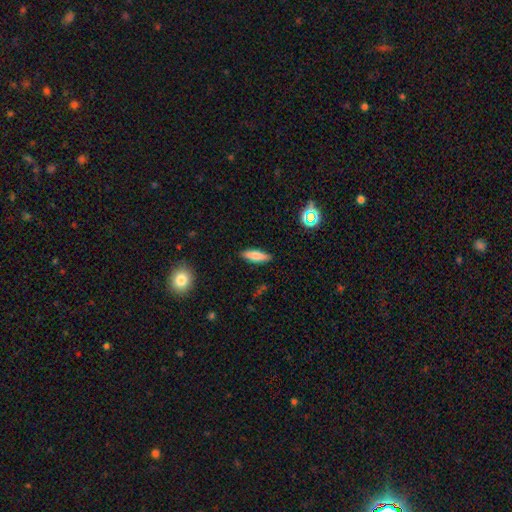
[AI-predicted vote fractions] Smooth or featured? Predicted: smooth (p=0.75). How rounded? Predicted: cigar-shaped (p=0.52). Merging? Predicted: none (p=0.88).